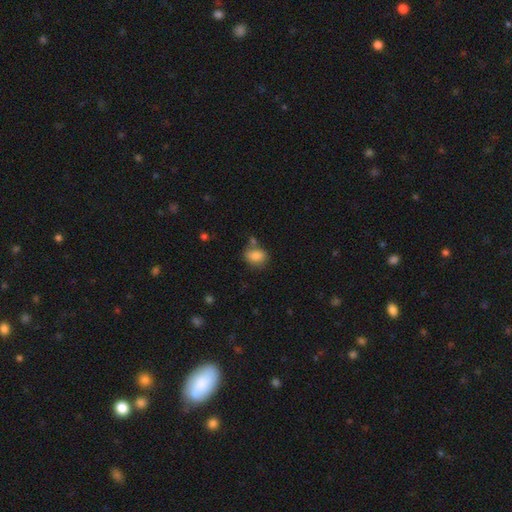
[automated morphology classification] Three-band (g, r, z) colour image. It shows a smooth galaxy with no disk features (83%) that is in between round and cigar-shaped (67%). Merging: none (60%).